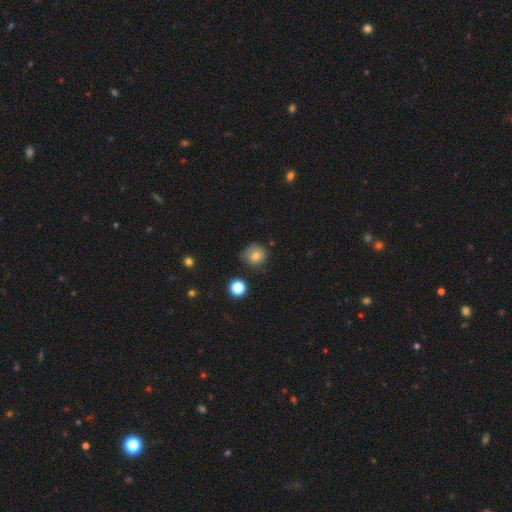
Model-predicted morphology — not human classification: A smooth galaxy with no disk features (77%) that is round (88%). Merging: none (68%).